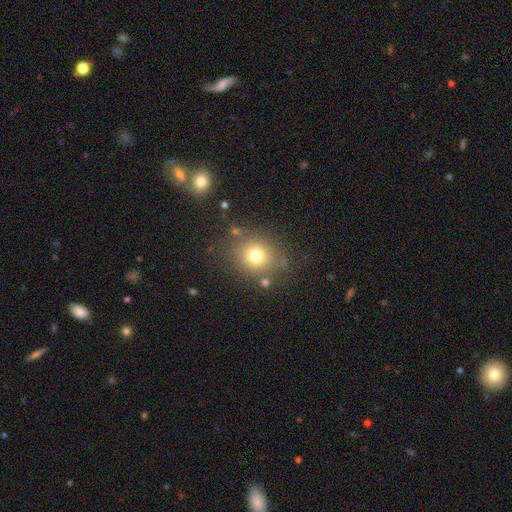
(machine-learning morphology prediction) A smooth galaxy with no disk features (74%) that is round (81%). Merging: none (78%).